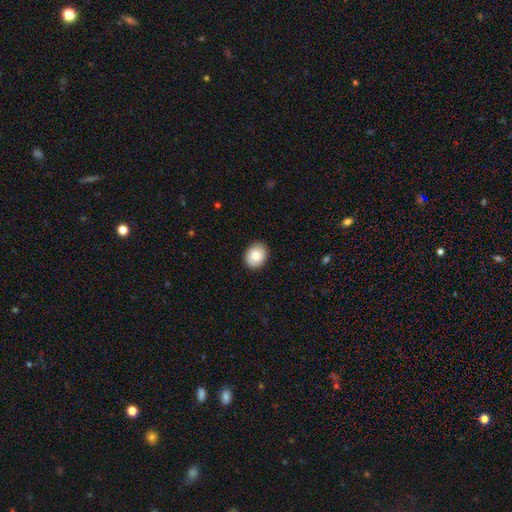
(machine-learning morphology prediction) The model was most divided on "how rounded": round: 50%, in between: 49%, cigar-shaped: 1%. More confident: merging — none (89%); smooth or featured — smooth (84%).